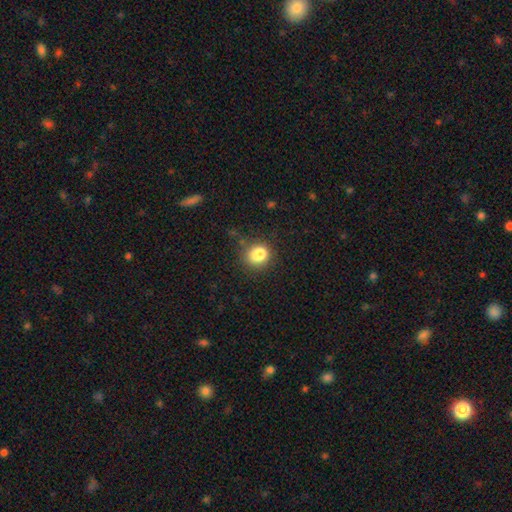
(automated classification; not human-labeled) The model was most divided on "how rounded": round: 69%, in between: 30%, cigar-shaped: 1%. More confident: smooth or featured — smooth (82%); merging — none (76%).